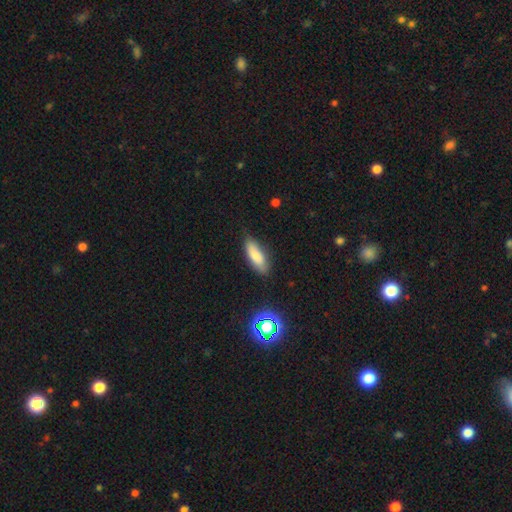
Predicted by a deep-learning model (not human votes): This is likely a smooth galaxy (77%). How rounded: likely in between (65%). Merging: likely none (79%).